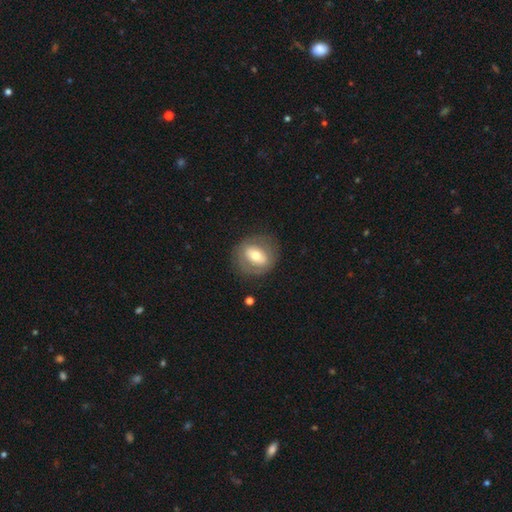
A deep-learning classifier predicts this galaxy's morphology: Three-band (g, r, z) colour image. It shows a smooth galaxy with no disk features (49%). Merging: none (79%).